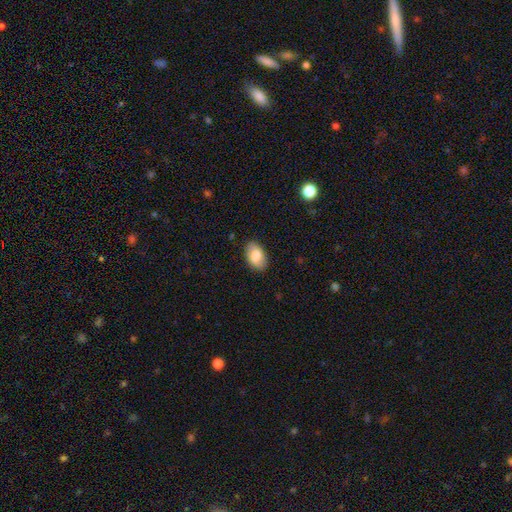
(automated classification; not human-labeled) This is clearly a smooth galaxy (81%). How rounded: clearly in between (92%). Merging: clearly none (84%).